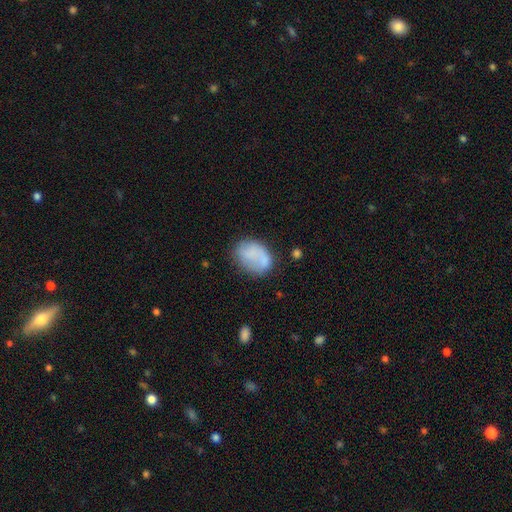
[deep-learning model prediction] smooth-or-featured: smooth: 68% | featured or disk: 23% | star or artifact: 8%
  how-rounded: in between: 65% | round: 34% | cigar-shaped: 1%
  merging: none: 52% | minor disturbance: 26% | major disturbance: 13% | merger: 9%